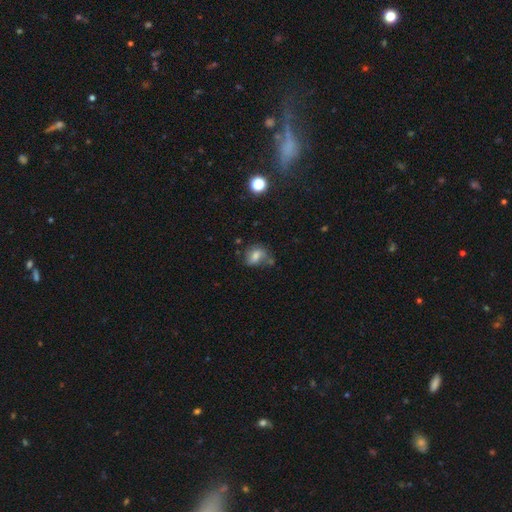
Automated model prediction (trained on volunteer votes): smooth-or-featured: smooth: 56% | featured or disk: 32% | star or artifact: 12%
  how-rounded: in between: 61% | round: 37% | cigar-shaped: 2%
  merging: none: 43% | minor disturbance: 27% | major disturbance: 16% | merger: 14%